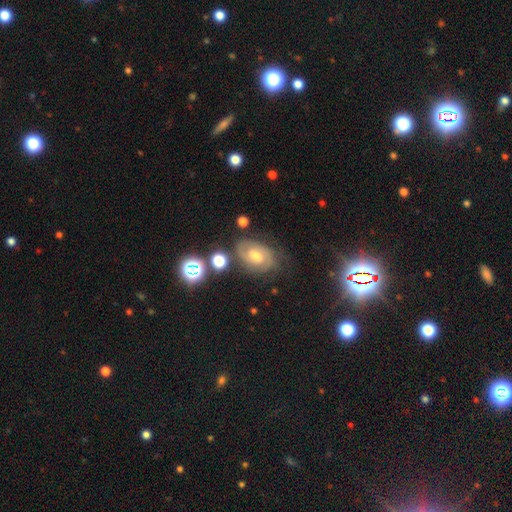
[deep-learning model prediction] Smooth or featured? featured or disk (69%)
Edge-on disk? no (96%)
Bar? weak (50%)
Spiral arms? yes (89%)
Spiral winding? tight (56%)
Spiral arm count? 2 (66%)
Bulge size? moderate (62%)
Merging? none (73%)